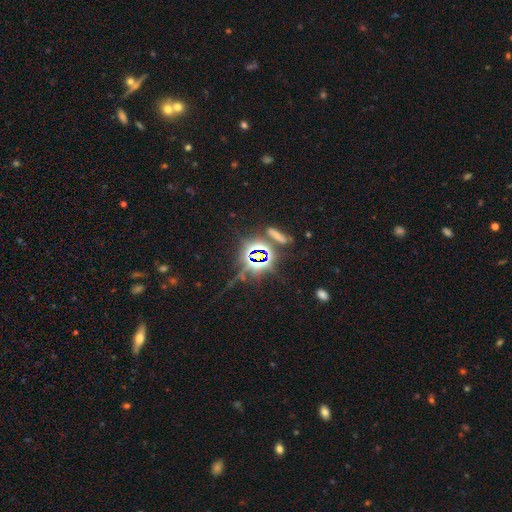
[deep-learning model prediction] smooth_or_featured: star or artifact (p=0.73) [alt: smooth p=0.17]